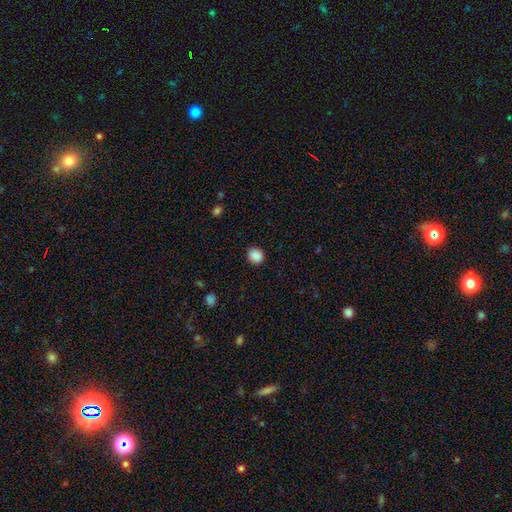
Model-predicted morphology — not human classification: smooth 88%, star or artifact 9%, featured or disk 2%. Down the decision tree: how rounded — round (74%); merging — none (89%).